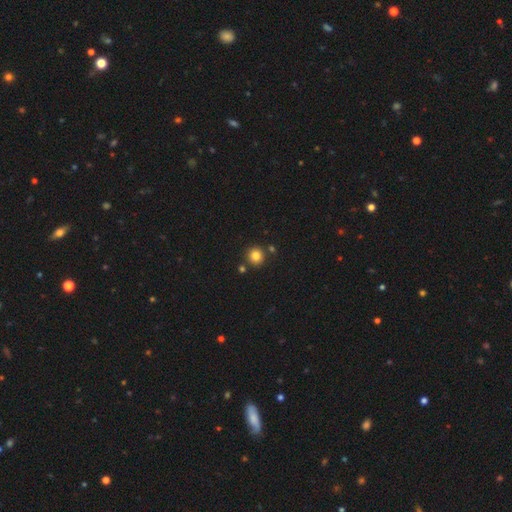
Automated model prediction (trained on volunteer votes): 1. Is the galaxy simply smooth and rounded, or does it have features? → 83% smooth, 12% star or artifact, 5% featured or disk.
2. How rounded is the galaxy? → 93% round, 7% in between, 1% cigar-shaped.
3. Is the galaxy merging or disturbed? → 84% none, 7% merger, 7% minor disturbance, 2% major disturbance.